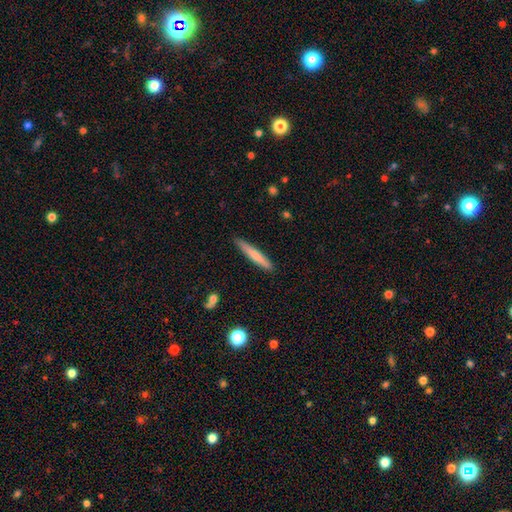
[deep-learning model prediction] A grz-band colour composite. It shows a smooth galaxy with no disk features (69%) that is cigar-shaped (94%). Merging: none (87%).